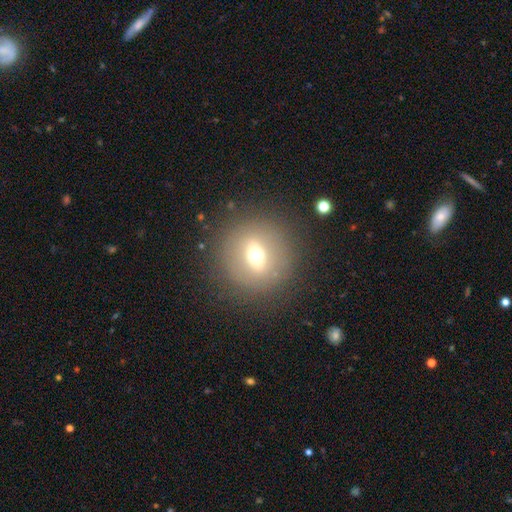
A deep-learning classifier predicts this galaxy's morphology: The model was most divided on "smooth or featured": smooth: 49%, featured or disk: 38%, star or artifact: 12%. More confident: merging — none (85%).